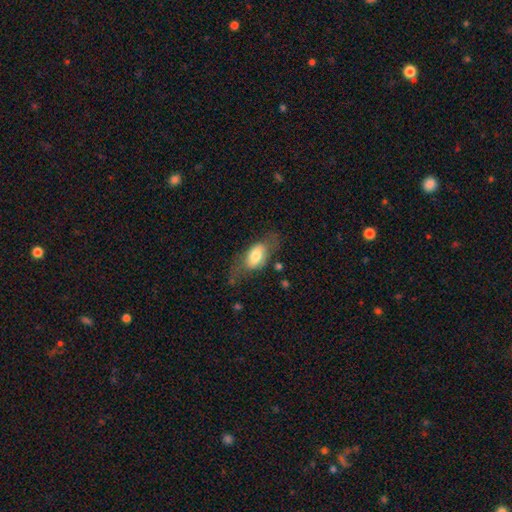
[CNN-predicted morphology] A smooth galaxy with no disk features (64%) that is in between round and cigar-shaped (86%). Merging: none (55%).